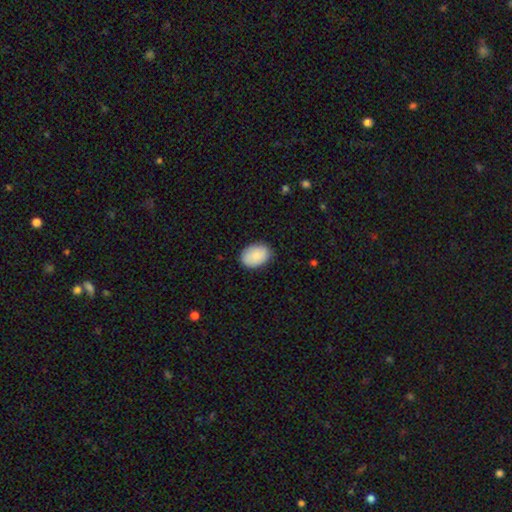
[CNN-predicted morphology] Smooth or featured?
  - smooth: 87% *
  - featured or disk: 7%
  - star or artifact: 7%
How rounded?
  - in between: 80% *
  - round: 19%
  - cigar-shaped: 1%
Merging?
  - none: 85% *
  - minor disturbance: 12%
  - major disturbance: 2%
  - merger: 1%